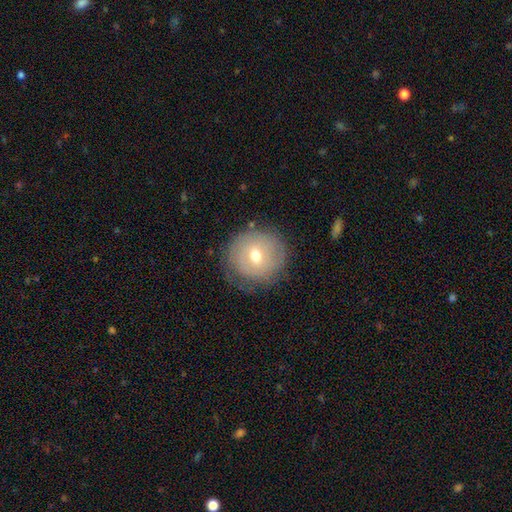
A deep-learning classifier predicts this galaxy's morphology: Smooth or featured: smooth — 51% (featured or disk — 40%)
How rounded: round — 91% (in between — 8%)
Merging: none — 77% (minor disturbance — 16%)